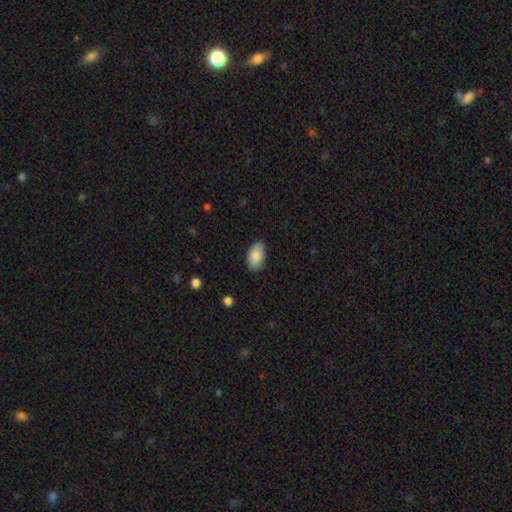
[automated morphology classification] Overall: smooth (86%). How rounded: in between (93%). Merging: none (82%).